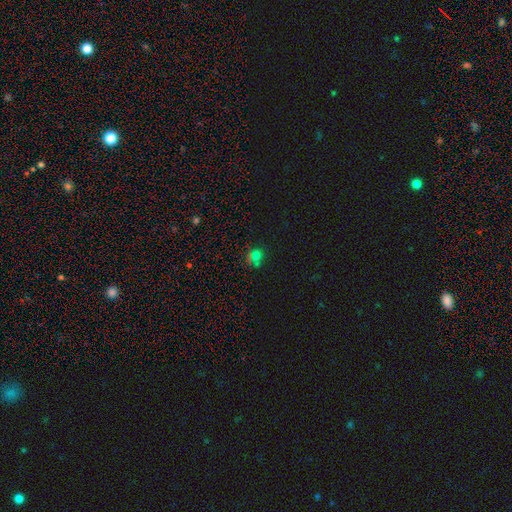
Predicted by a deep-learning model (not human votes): Overall: smooth (54%; star or artifact 33%). How rounded: round (76%). Merging: none (50%; merger 24%).